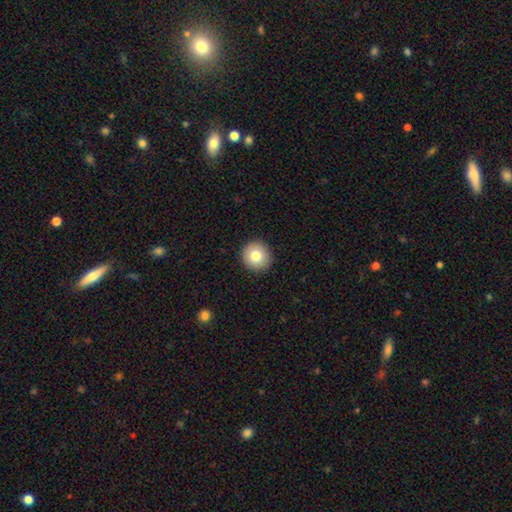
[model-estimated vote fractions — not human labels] This is likely a smooth galaxy (79%). How rounded: clearly round (95%). Merging: clearly none (92%).